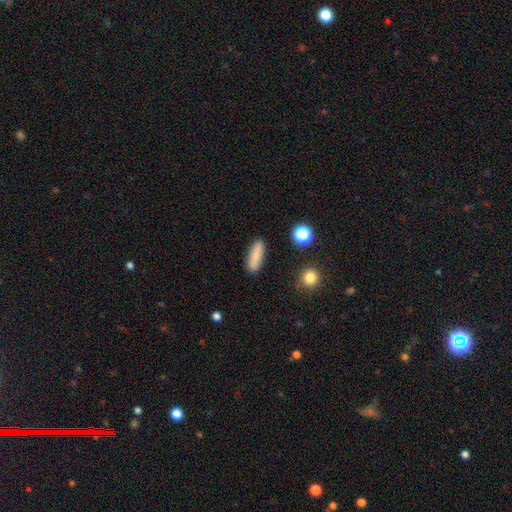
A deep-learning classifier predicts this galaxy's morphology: smooth 81%, featured or disk 11%, star or artifact 8%. Down the decision tree: how rounded — cigar-shaped (50%); merging — none (87%).